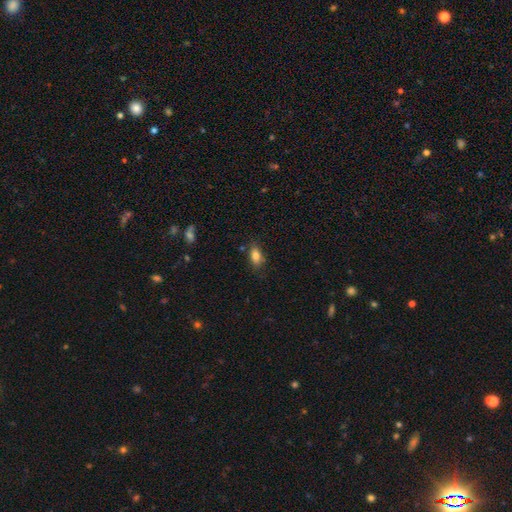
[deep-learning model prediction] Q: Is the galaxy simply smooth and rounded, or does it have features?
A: smooth — 82%.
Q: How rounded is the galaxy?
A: in between — 86%.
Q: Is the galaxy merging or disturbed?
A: none — 79%.